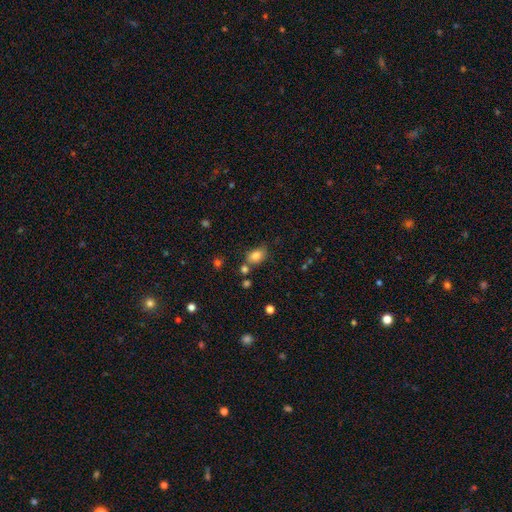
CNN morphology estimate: A smooth galaxy with no disk features (82%) that is in between round and cigar-shaped (76%).

Vote fractions:
- Smooth or featured? smooth: 82% / star or artifact: 10% / featured or disk: 8%
- How rounded? in between: 76% / round: 22% / cigar-shaped: 1%
- Merging? none: 67% / minor disturbance: 17% / merger: 11% / major disturbance: 5%